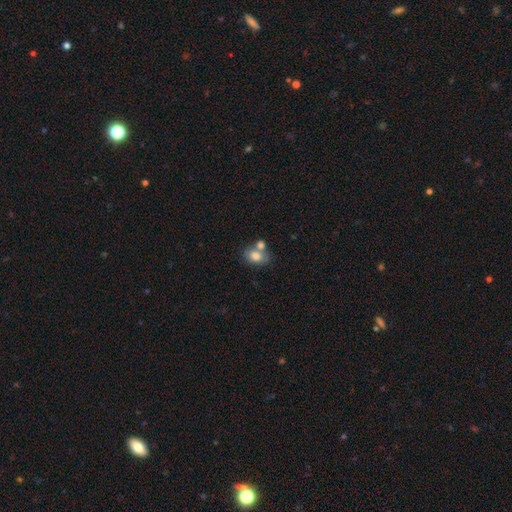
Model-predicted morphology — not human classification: Smooth or featured? smooth (78%)
How rounded? in between (69%)
Merging? none (42%)